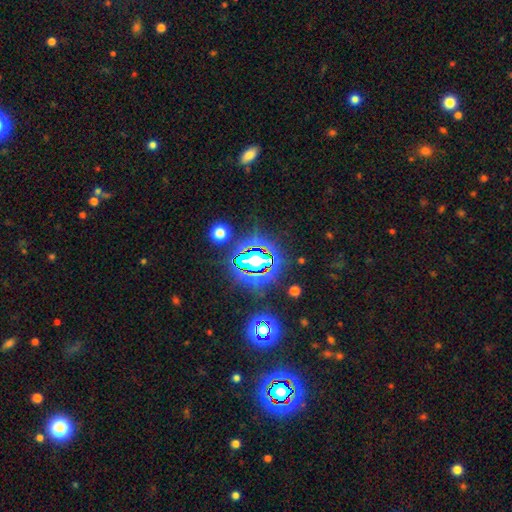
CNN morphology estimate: Q: Smooth or featured?
A: star or artifact (77%); runner-up: smooth (14%)